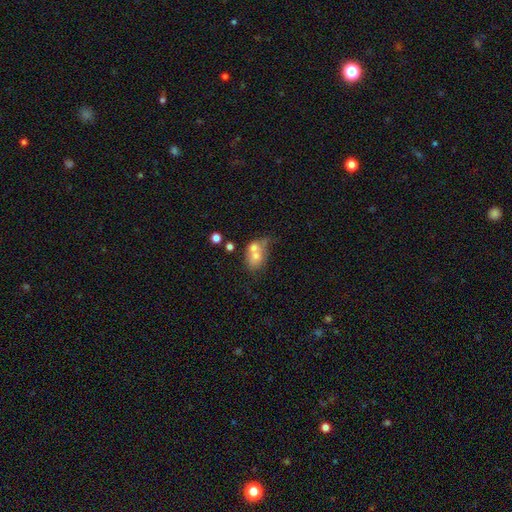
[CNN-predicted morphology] This appears to be a smooth galaxy with no disk features (58%) that is in between round and cigar-shaped (63%). Merging: merger (53%).